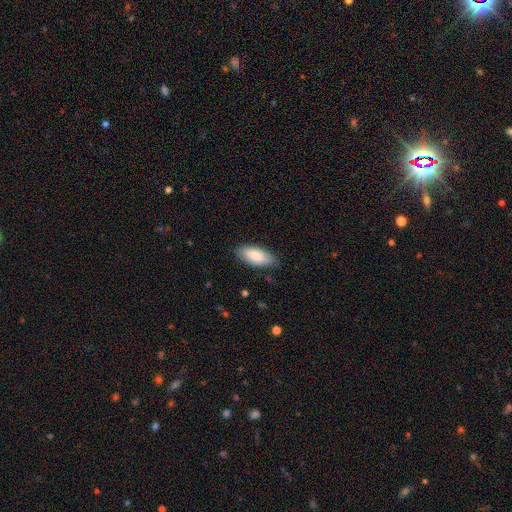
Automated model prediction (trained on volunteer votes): Smooth or featured? smooth (86%)
How rounded? in between (85%)
Merging? none (80%)